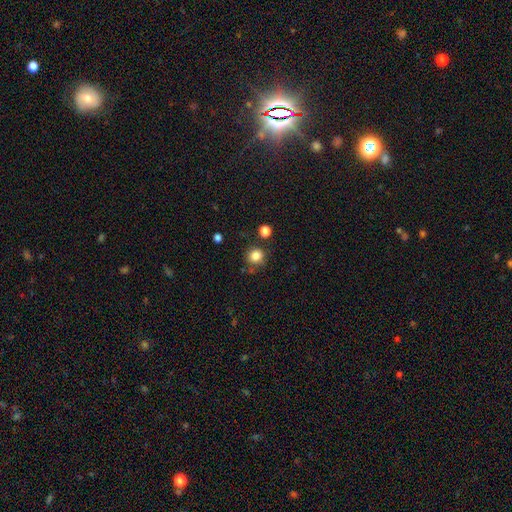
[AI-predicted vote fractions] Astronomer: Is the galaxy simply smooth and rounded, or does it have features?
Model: smooth — 83%.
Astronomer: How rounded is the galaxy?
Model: round — 89%.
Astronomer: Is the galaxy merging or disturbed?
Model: none — 80%.